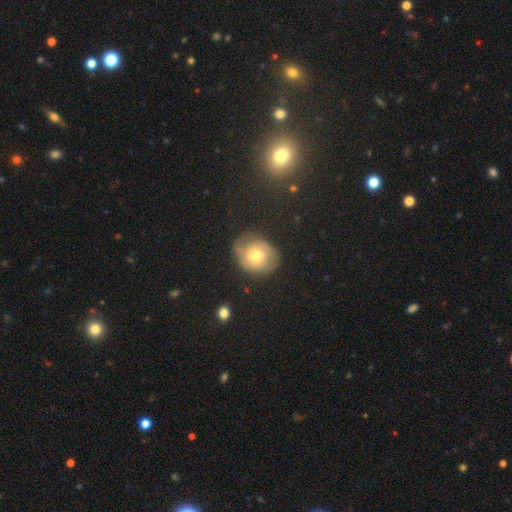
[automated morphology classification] Smooth or featured? Predicted: smooth (p=0.45). Merging? Predicted: none (p=0.68).